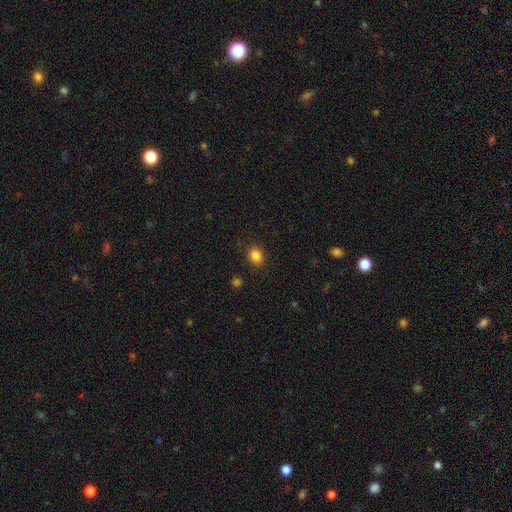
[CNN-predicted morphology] Smooth or featured?
  - smooth: 84% *
  - star or artifact: 12%
  - featured or disk: 4%
How rounded?
  - round: 59% *
  - in between: 40%
  - cigar-shaped: 1%
Merging?
  - none: 87% *
  - minor disturbance: 9%
  - major disturbance: 3%
  - merger: 1%